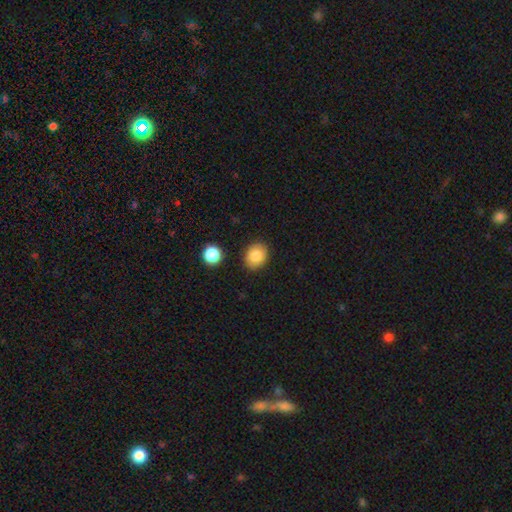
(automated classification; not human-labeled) Smooth or featured? Predicted: smooth (p=0.86). How rounded? Predicted: round (p=0.53). Merging? Predicted: none (p=0.85).